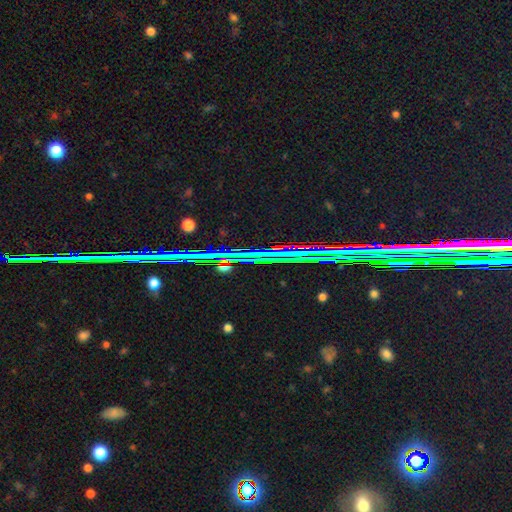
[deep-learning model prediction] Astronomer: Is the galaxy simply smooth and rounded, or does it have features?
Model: star or artifact — 80%.